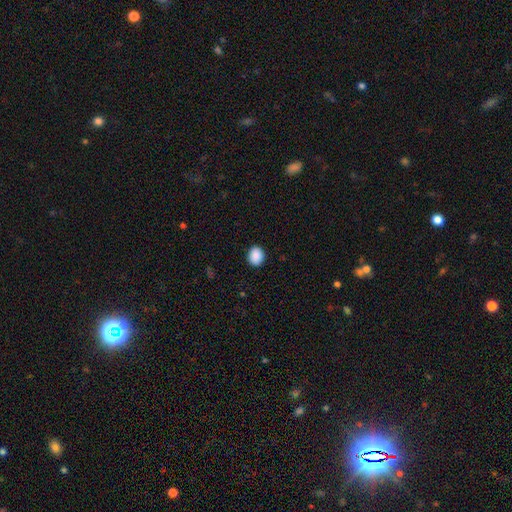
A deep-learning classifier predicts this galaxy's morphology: Q: Smooth or featured?
A: smooth (90%); runner-up: star or artifact (8%)
Q: How rounded?
A: round (56%); runner-up: in between (43%)
Q: Merging?
A: none (90%); runner-up: minor disturbance (7%)